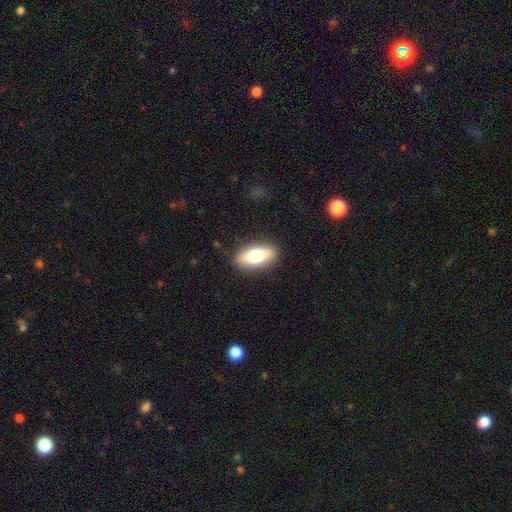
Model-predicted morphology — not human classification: smooth_or_featured: smooth (p=0.65) [alt: featured or disk p=0.28]
how_rounded: in between (p=0.80) [alt: cigar-shaped p=0.15]
merging: none (p=0.87) [alt: minor disturbance p=0.09]